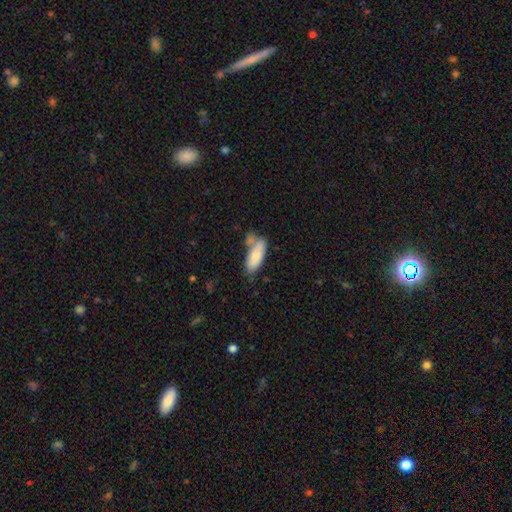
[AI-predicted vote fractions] Smooth or featured? Predicted: smooth (p=0.78). How rounded? Predicted: in between (p=0.72). Merging? Predicted: none (p=0.48).